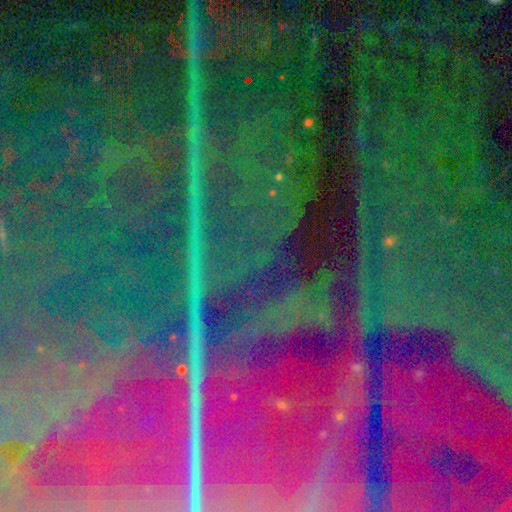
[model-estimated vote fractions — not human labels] The model was most divided on "smooth or featured": star or artifact: 89%, featured or disk: 7%, smooth: 4%.